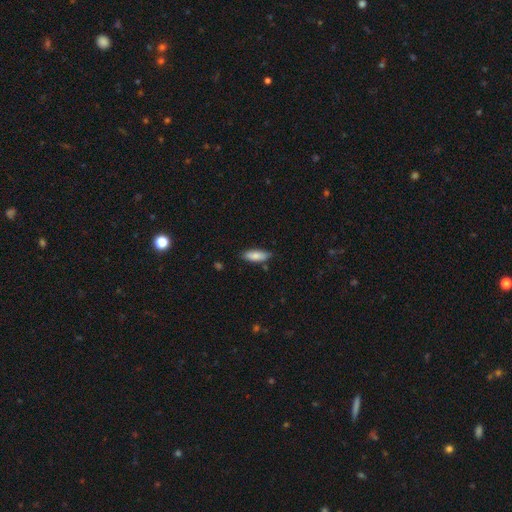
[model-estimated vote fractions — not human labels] This is clearly a smooth galaxy (83%). How rounded: likely in between (66%). Merging: likely none (75%).